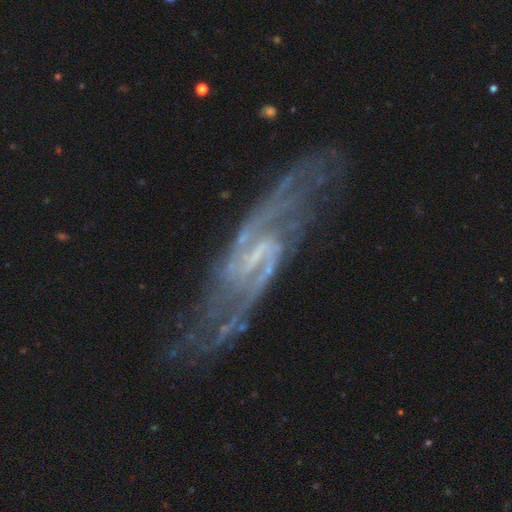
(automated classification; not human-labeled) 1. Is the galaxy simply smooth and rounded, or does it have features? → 90% featured or disk, 6% star or artifact, 4% smooth.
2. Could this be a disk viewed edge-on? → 90% no, 10% yes.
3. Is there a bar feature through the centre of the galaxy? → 47% weak, 38% strong, 15% no.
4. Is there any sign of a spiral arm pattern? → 97% yes, 3% no.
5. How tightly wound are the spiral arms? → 48% medium, 35% loose, 17% tight.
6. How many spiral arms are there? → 86% 2, 6% can't tell, 3% 3, 2% 1, 2% 4, 2% more than 4.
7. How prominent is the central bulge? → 51% small, 35% none, 12% moderate, 2% large, 1% dominant.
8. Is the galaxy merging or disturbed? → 72% none, 16% minor disturbance, 9% major disturbance, 3% merger.